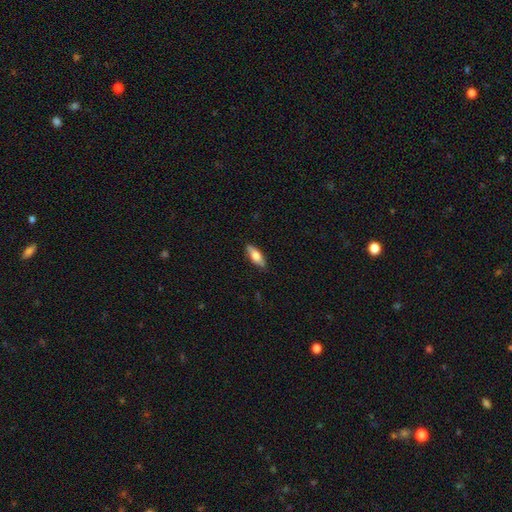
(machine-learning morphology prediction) A smooth galaxy with no disk features (67%) that is in between round and cigar-shaped (64%). Merging: none (85%).